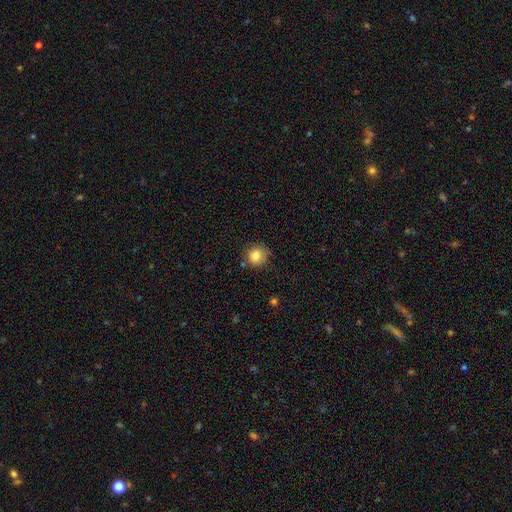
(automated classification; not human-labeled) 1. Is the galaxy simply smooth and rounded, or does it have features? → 82% smooth, 10% star or artifact, 8% featured or disk.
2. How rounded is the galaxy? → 88% round, 11% in between, 1% cigar-shaped.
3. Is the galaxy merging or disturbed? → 77% none, 16% minor disturbance, 3% major disturbance, 3% merger.